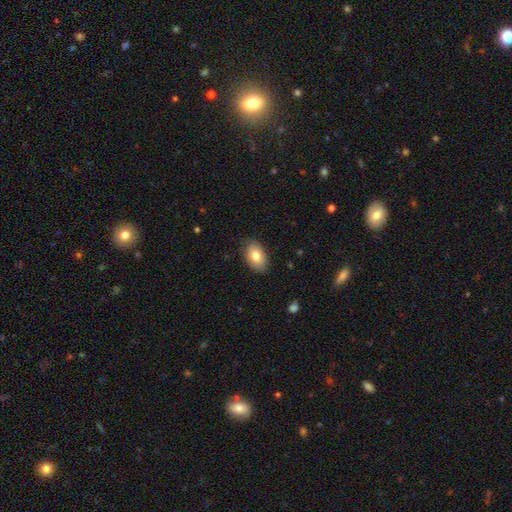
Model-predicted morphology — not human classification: type=smooth (80%); roundness=in between (90%); merging=none (84%).